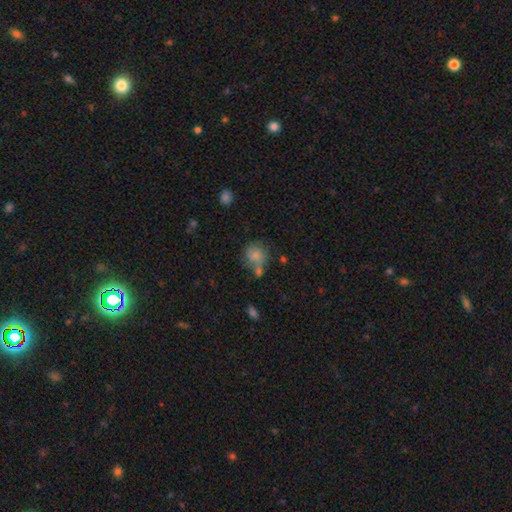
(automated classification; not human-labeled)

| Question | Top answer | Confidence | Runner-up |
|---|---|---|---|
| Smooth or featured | smooth | 75% | featured or disk (15%) |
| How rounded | round | 77% | in between (22%) |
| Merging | none | 47% | merger (23%) |